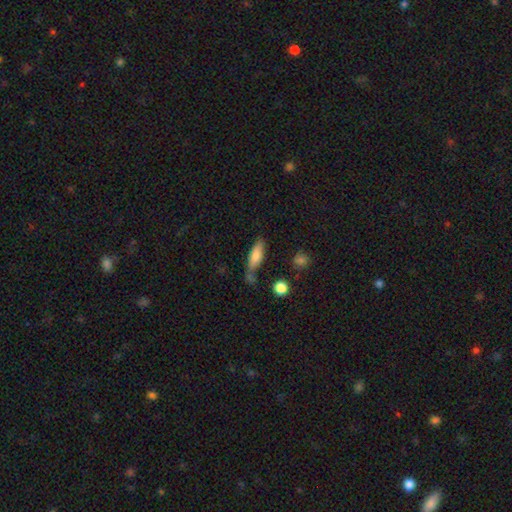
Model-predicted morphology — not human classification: This appears to be a smooth galaxy with no disk features (77%) that is in between round and cigar-shaped (51%). Merging: none (58%).